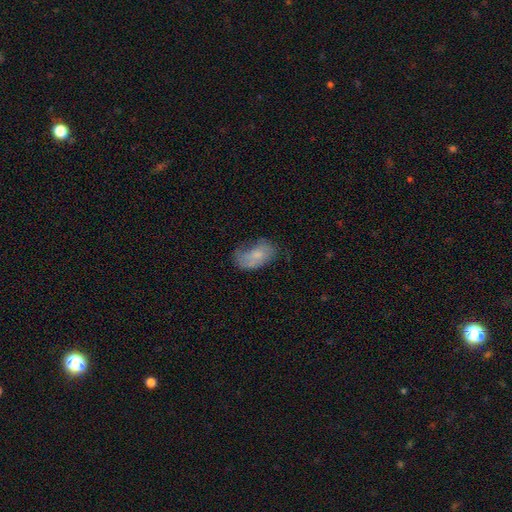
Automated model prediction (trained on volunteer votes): Overall: smooth (62%; featured or disk 30%). How rounded: in between (91%). Merging: none (39%; minor disturbance 33%).